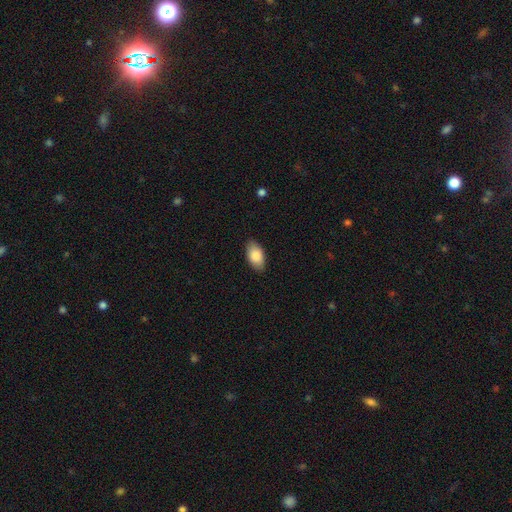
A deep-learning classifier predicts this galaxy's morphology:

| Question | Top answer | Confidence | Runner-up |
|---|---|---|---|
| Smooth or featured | smooth | 86% | featured or disk (7%) |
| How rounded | in between | 94% | round (4%) |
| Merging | none | 86% | minor disturbance (11%) |